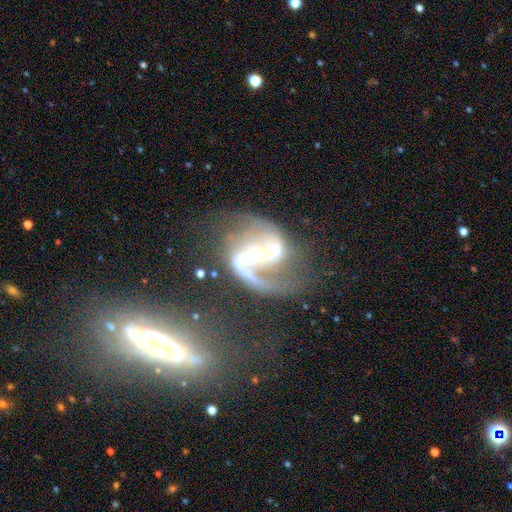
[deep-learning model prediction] The model was most divided on "merging": none: 37%, major disturbance: 30%, merger: 18%, minor disturbance: 15%. Remaining: edge-on disk — no (97%); spiral arms — yes (94%); smooth or featured — featured or disk (86%); spiral arm count — 2 (75%); spiral winding — loose (52%); bar — strong (48%); bulge size — small (44%).